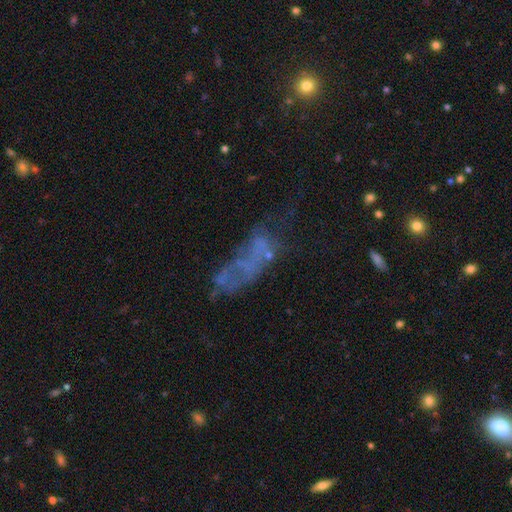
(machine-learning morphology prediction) featured or disk 46%, smooth 31%, star or artifact 23%. Down the decision tree: merging — none (34%).